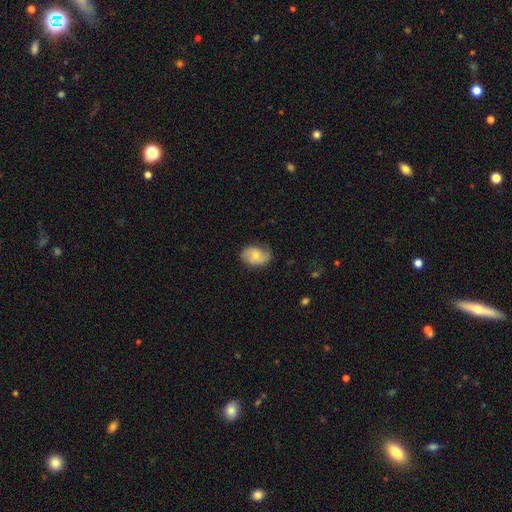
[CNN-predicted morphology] A smooth galaxy with no disk features (51%) that is in between round and cigar-shaped (78%). Merging: none (68%).